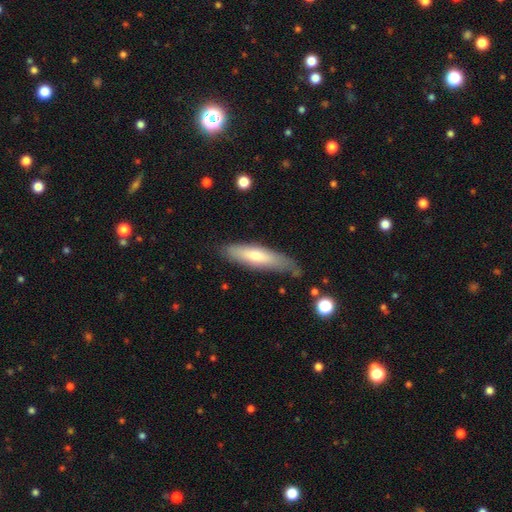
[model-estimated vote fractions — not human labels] Smooth or featured?
  - smooth: 64% *
  - featured or disk: 30%
  - star or artifact: 6%
How rounded?
  - cigar-shaped: 74% *
  - in between: 25%
  - round: 1%
Merging?
  - none: 72% *
  - minor disturbance: 21%
  - major disturbance: 5%
  - merger: 3%